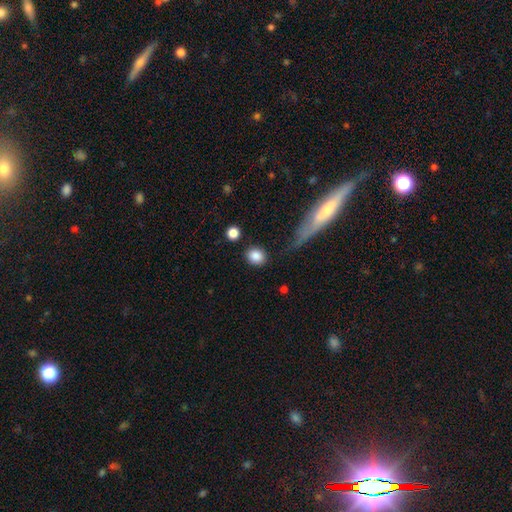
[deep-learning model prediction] This appears to be a smooth galaxy with no disk features (86%) that is round (72%). Merging: none (83%).